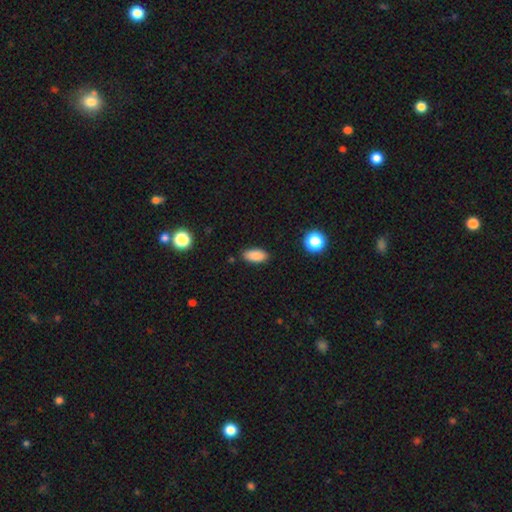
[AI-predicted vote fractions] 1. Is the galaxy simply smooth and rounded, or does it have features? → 87% smooth, 9% star or artifact, 4% featured or disk.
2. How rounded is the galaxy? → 88% in between, 9% cigar-shaped, 3% round.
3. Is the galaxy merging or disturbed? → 87% none, 10% minor disturbance, 2% major disturbance, 2% merger.